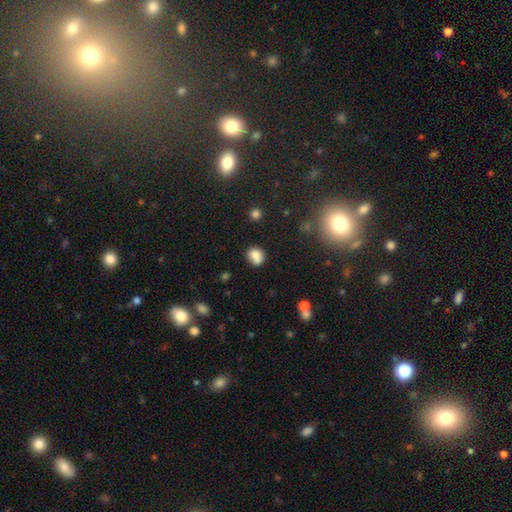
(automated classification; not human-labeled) Overall: smooth (78%). How rounded: round (64%; in between 35%). Merging: none (58%; merger 19%).